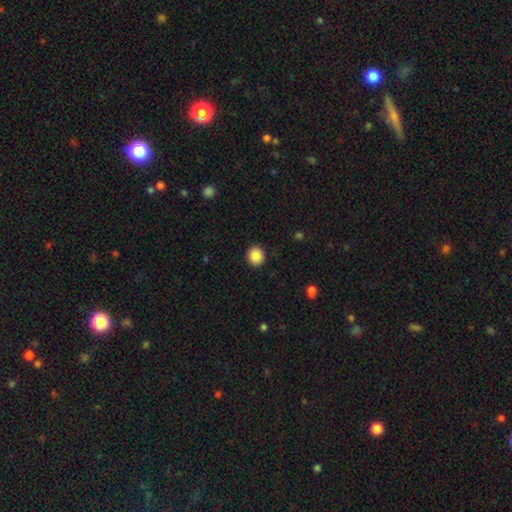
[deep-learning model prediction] This is clearly a smooth galaxy (87%). How rounded: clearly round (86%). Merging: clearly none (91%).